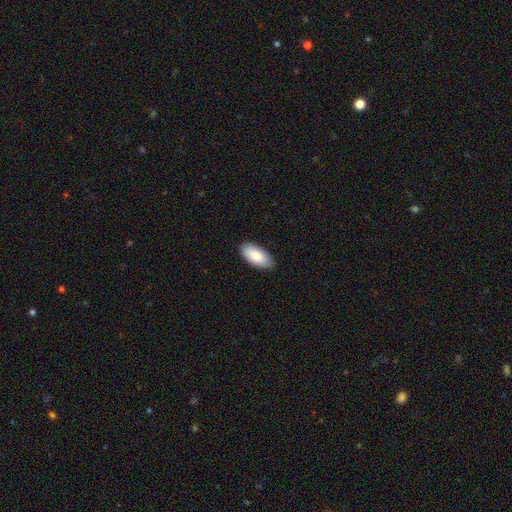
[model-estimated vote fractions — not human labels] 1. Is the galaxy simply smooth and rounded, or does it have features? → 86% smooth, 8% featured or disk, 5% star or artifact.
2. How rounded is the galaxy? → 93% in between, 5% cigar-shaped, 2% round.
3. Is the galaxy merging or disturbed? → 87% none, 10% minor disturbance, 2% major disturbance, 1% merger.